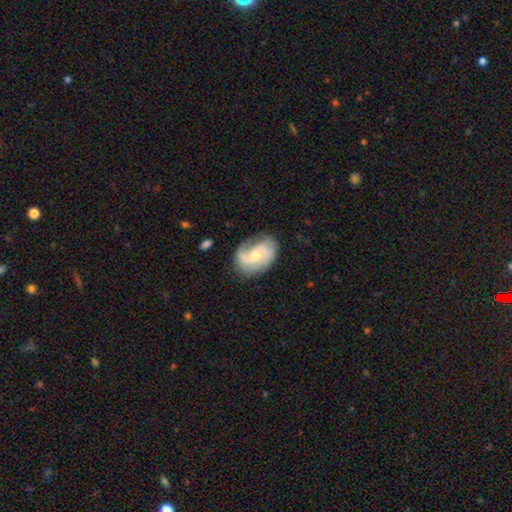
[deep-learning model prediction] featured or disk 79%, smooth 16%, star or artifact 6%. Down the decision tree: edge-on disk — no (97%); bar — no (59%); spiral arms — yes (94%); spiral arm count — 2 (70%); spiral winding — medium (47%); bulge size — moderate (49%); merging — none (70%).